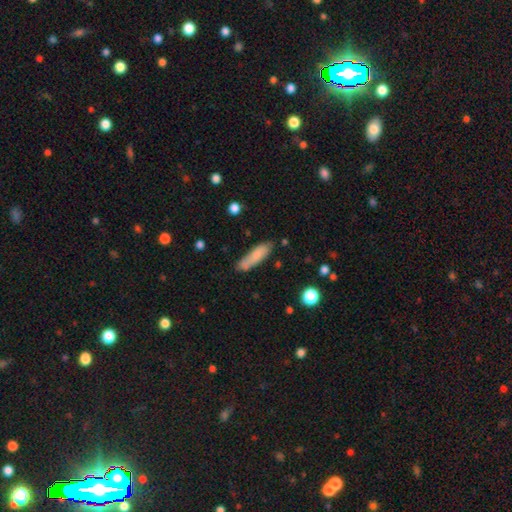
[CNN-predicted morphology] A smooth galaxy with no disk features (79%) that is cigar-shaped (67%).

Vote fractions:
- Smooth or featured? smooth: 79% / featured or disk: 14% / star or artifact: 7%
- How rounded? cigar-shaped: 67% / in between: 31% / round: 2%
- Merging? none: 70% / minor disturbance: 21% / merger: 5% / major disturbance: 4%